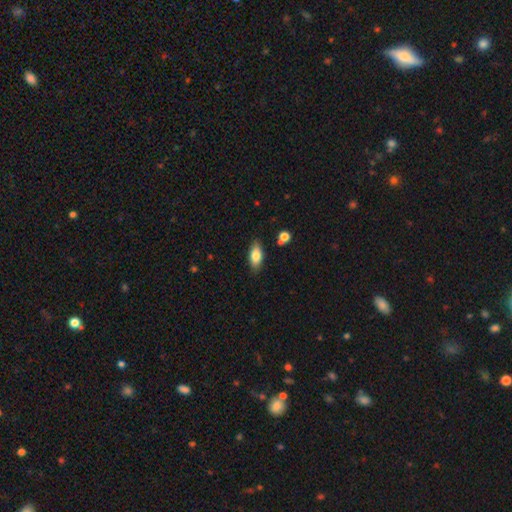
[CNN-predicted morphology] Smooth or featured? Predicted: smooth (p=0.79). How rounded? Predicted: in between (p=0.84). Merging? Predicted: none (p=0.84).